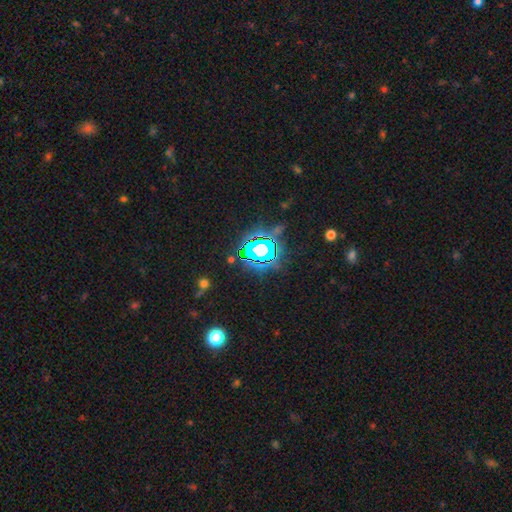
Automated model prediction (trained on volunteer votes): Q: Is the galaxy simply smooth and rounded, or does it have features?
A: star or artifact — 70%.